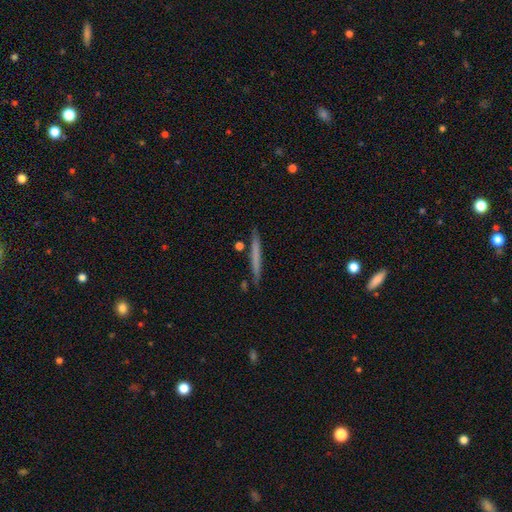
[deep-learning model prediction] smooth 59%, featured or disk 35%, star or artifact 6%. Down the decision tree: how rounded — cigar-shaped (97%); merging — none (88%).